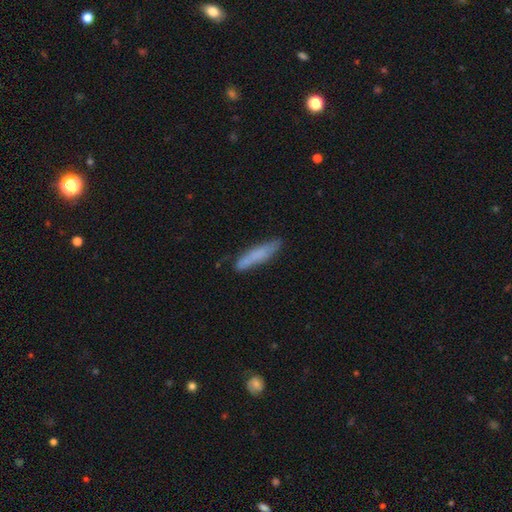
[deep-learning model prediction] smooth-or-featured: smooth: 72% | featured or disk: 21% | star or artifact: 7%
  how-rounded: cigar-shaped: 87% | in between: 11% | round: 1%
  merging: none: 76% | minor disturbance: 17% | major disturbance: 4% | merger: 3%